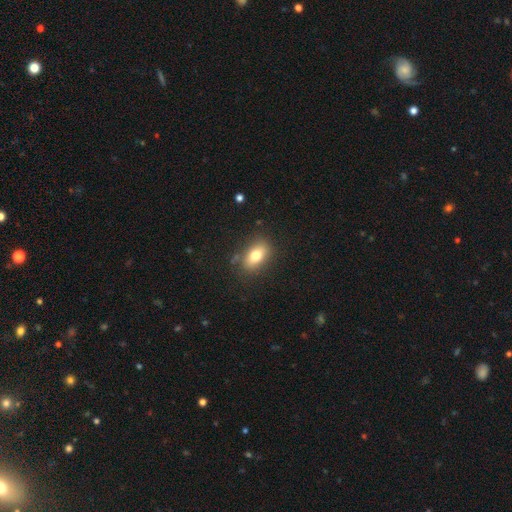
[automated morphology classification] A smooth galaxy with no disk features (77%) that is in between round and cigar-shaped (85%). Merging: none (81%).